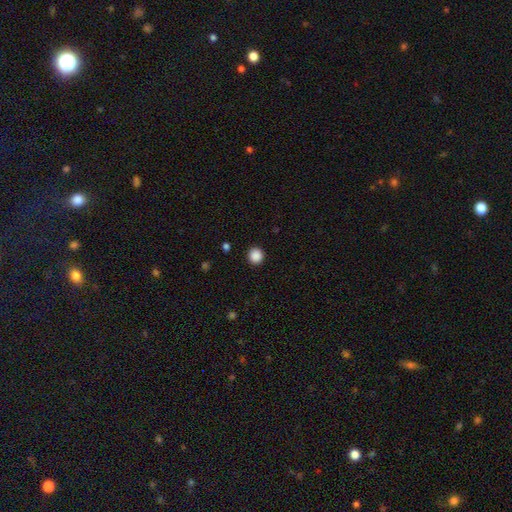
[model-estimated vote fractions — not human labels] Smooth or featured? smooth (88%)
How rounded? round (93%)
Merging? none (92%)